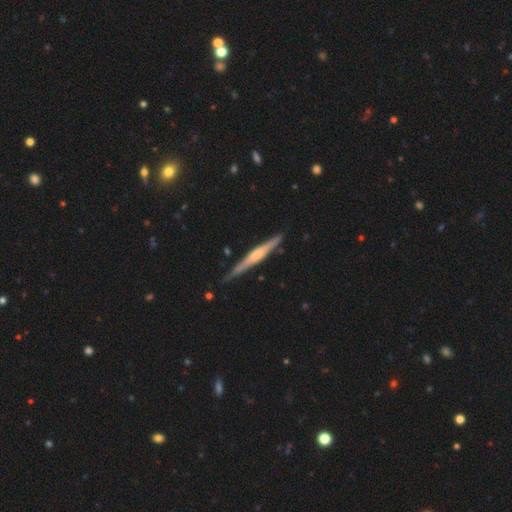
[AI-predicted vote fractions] smooth-or-featured: featured or disk: 72% | smooth: 23% | star or artifact: 5%
  disk-edge-on: yes: 98% | no: 2%
    edge-on-bulge: rounded: 55% | boxy: 25% | none: 19%
  merging: none: 86% | minor disturbance: 11% | major disturbance: 2% | merger: 2%